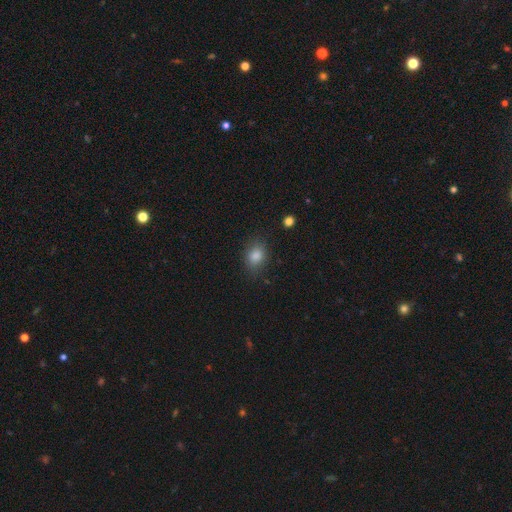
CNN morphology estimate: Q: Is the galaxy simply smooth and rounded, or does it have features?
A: smooth — 82%.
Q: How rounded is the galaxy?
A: in between — 62%.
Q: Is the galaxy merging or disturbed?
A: none — 81%.